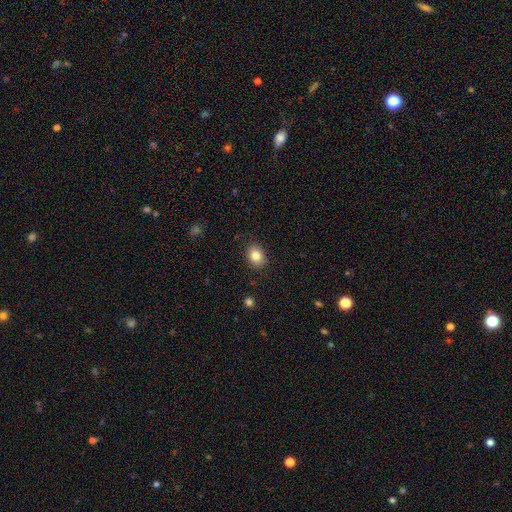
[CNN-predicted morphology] This is clearly a smooth galaxy (85%). How rounded: possibly in between (55%). Merging: clearly none (87%).